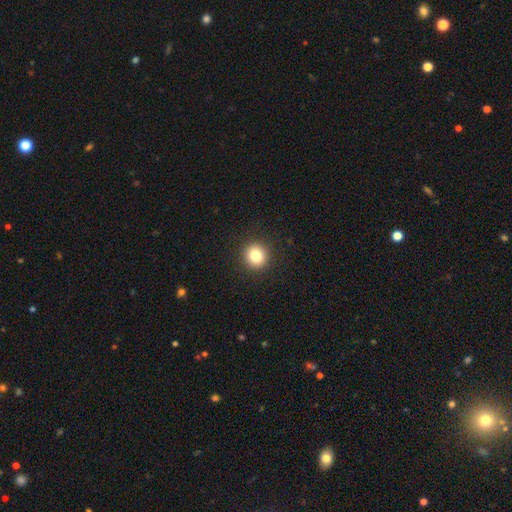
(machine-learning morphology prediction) The model was most divided on "smooth or featured": smooth: 82%, star or artifact: 12%, featured or disk: 7%. More confident: how rounded — round (93%); merging — none (92%).